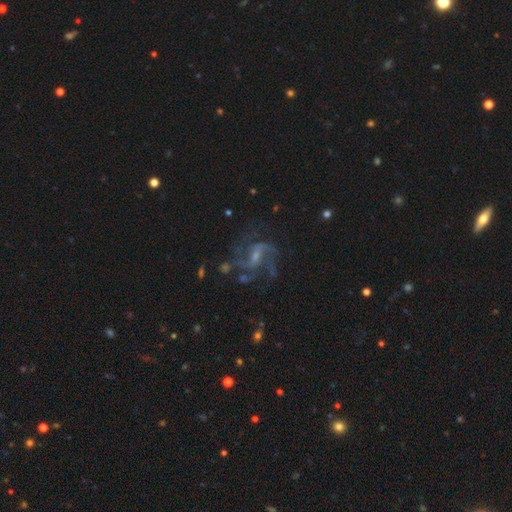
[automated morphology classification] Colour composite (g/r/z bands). It shows a featured or disk galaxy (83%) with a weak bar (51%), 2 (35%) medium (50%) spiral arms (94%) and a small central bulge (52%). Merging: none (64%).